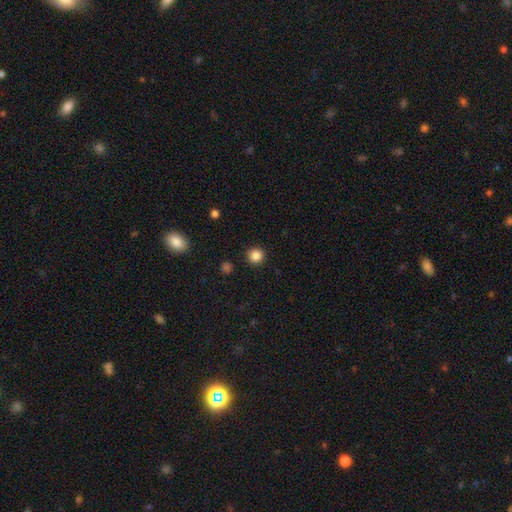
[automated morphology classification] A smooth galaxy with no disk features (85%) that is round (94%).

Vote fractions:
- Smooth or featured? smooth: 85% / star or artifact: 11% / featured or disk: 3%
- How rounded? round: 94% / in between: 5% / cigar-shaped: 1%
- Merging? none: 91% / minor disturbance: 5% / major disturbance: 2% / merger: 1%